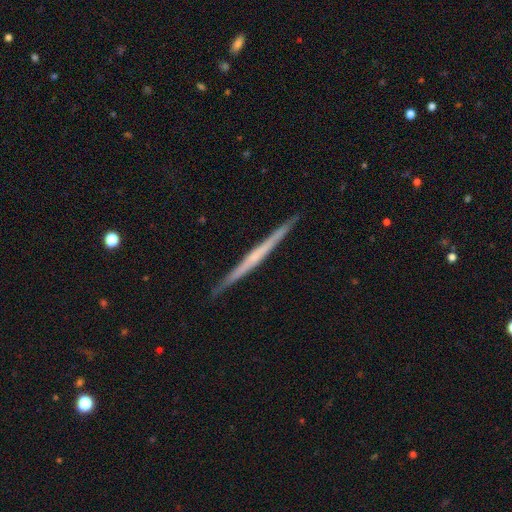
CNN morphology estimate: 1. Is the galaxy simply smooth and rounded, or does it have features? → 64% featured or disk, 31% smooth, 5% star or artifact.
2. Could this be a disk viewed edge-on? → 98% yes, 2% no.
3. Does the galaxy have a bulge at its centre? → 78% none, 16% rounded, 6% boxy.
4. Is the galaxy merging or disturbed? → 92% none, 6% minor disturbance, 1% major disturbance, 1% merger.